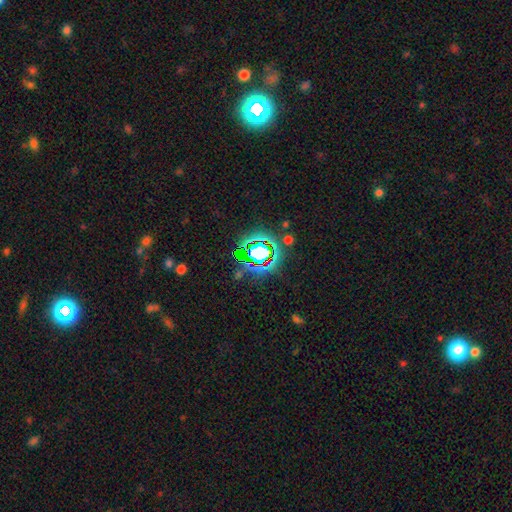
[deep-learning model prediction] A star or artifact, not a galaxy (75%).